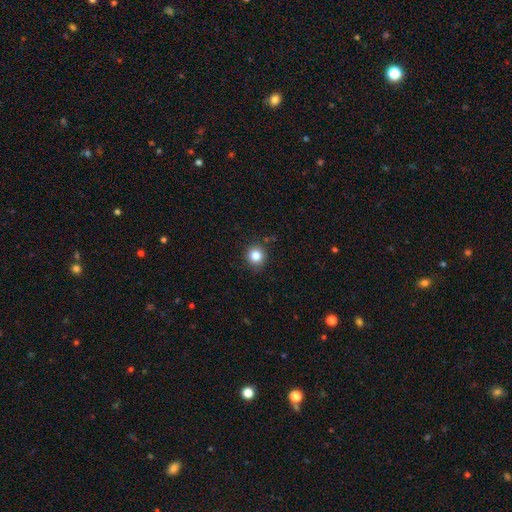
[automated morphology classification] smooth 83%, star or artifact 12%, featured or disk 6%. Down the decision tree: how rounded — round (91%); merging — none (88%).